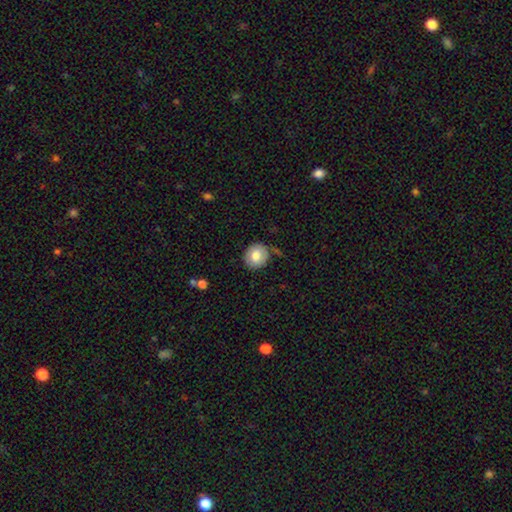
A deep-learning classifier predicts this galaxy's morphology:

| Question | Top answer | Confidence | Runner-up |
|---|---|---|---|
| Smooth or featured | smooth | 79% | featured or disk (14%) |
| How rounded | round | 80% | in between (19%) |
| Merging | none | 79% | minor disturbance (14%) |